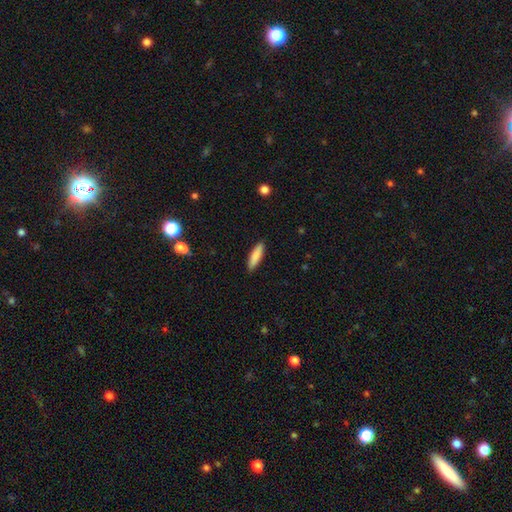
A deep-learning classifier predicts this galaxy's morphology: This is clearly a smooth galaxy (84%). How rounded: likely cigar-shaped (66%). Merging: clearly none (89%).